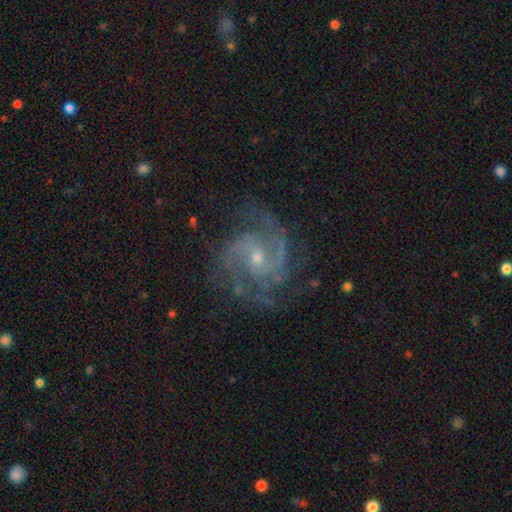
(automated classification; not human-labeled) Smooth or featured? featured or disk (91%)
Edge-on disk? no (98%)
Bar? no (55%)
Spiral arms? yes (98%)
Spiral winding? medium (54%)
Spiral arm count? 2 (53%)
Bulge size? small (61%)
Merging? none (72%)